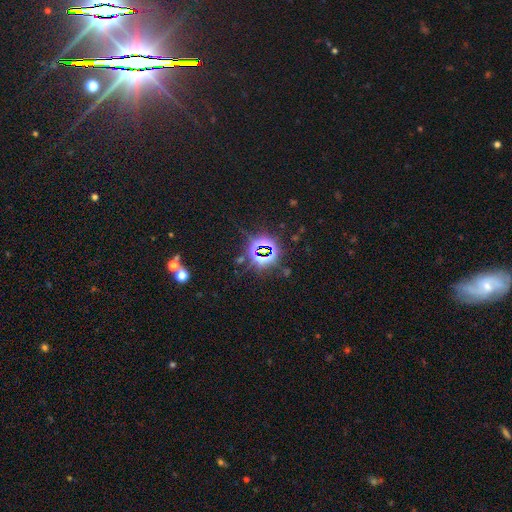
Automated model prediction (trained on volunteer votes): This appears to be a star or artifact, not a galaxy (82%).